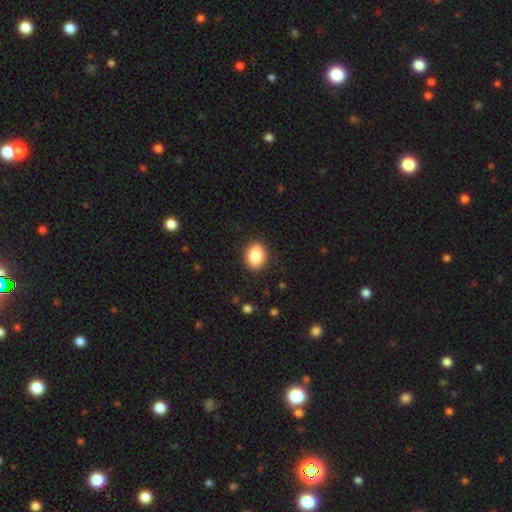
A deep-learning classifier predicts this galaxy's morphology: This appears to be a smooth galaxy with no disk features (87%) that is in between round and cigar-shaped (75%). Merging: none (89%).